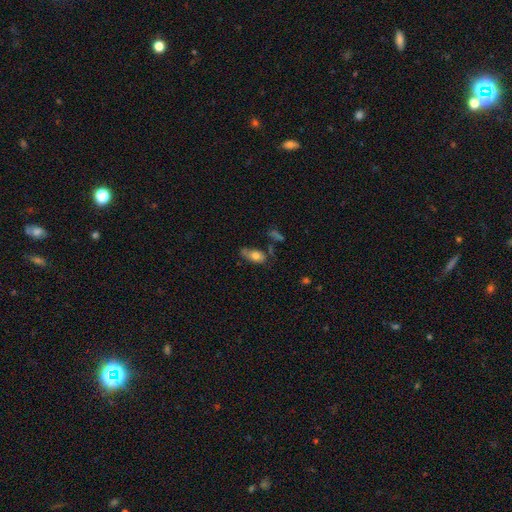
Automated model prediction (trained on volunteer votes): A smooth galaxy with no disk features (69%) that is in between round and cigar-shaped (87%). Merging: none (52%).